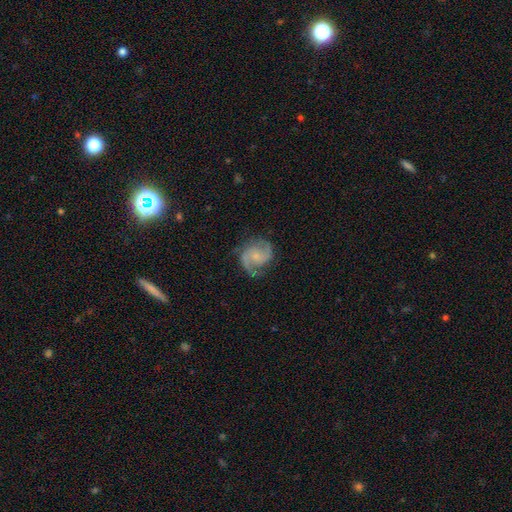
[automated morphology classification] featured or disk 84%, smooth 11%, star or artifact 6%. Down the decision tree: edge-on disk — no (98%); bar — no (59%); spiral arms — yes (97%); spiral arm count — 2 (89%); spiral winding — medium (55%); bulge size — small (62%); merging — none (74%).